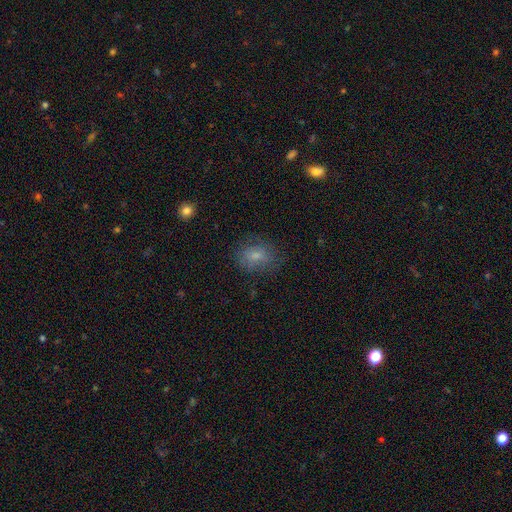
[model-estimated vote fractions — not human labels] A smooth galaxy with no disk features (74%) that is in between round and cigar-shaped (60%).

Vote fractions:
- Smooth or featured? smooth: 74% / featured or disk: 15% / star or artifact: 11%
- How rounded? in between: 60% / round: 38% / cigar-shaped: 1%
- Merging? none: 72% / minor disturbance: 19% / major disturbance: 8% / merger: 1%